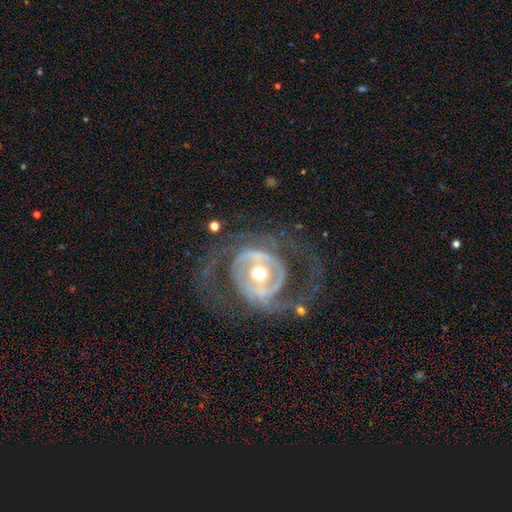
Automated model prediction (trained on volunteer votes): A featured or disk galaxy (89%) with no bar (47%), 2 (54%) medium (39%) spiral arms (89%) and a moderate central bulge (76%). Merging: none (58%).